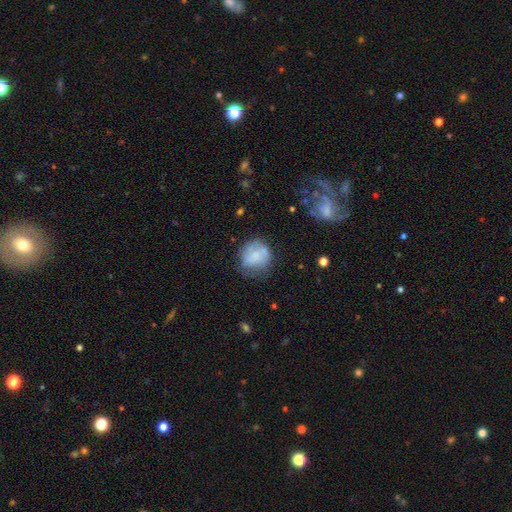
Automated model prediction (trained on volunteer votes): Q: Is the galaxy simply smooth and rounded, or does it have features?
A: smooth — 60%.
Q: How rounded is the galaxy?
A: round — 80%.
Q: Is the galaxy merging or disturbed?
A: none — 52%.